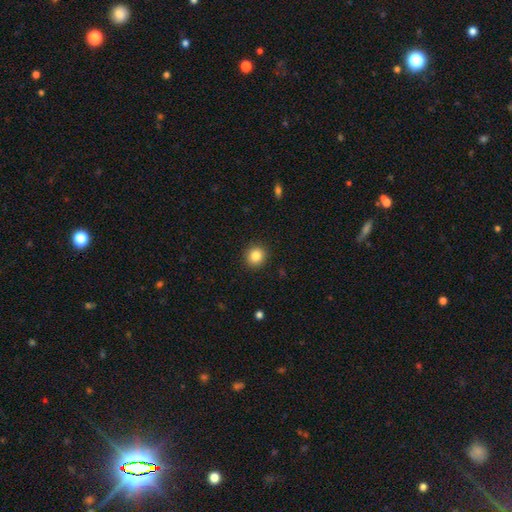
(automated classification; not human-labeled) smooth 85%, star or artifact 10%, featured or disk 5%. Down the decision tree: how rounded — round (90%); merging — none (92%).